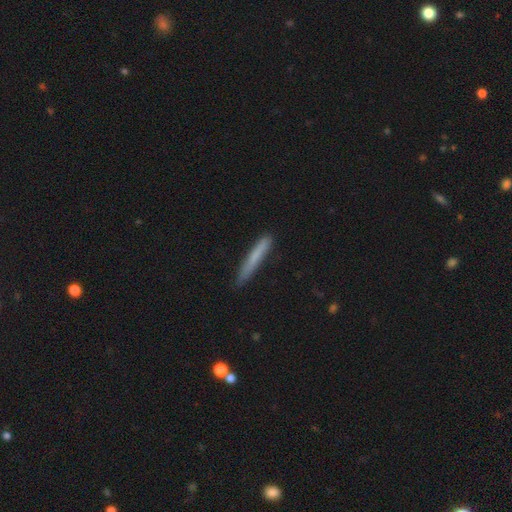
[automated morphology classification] type=smooth (73%); roundness=cigar-shaped (96%); merging=none (83%).